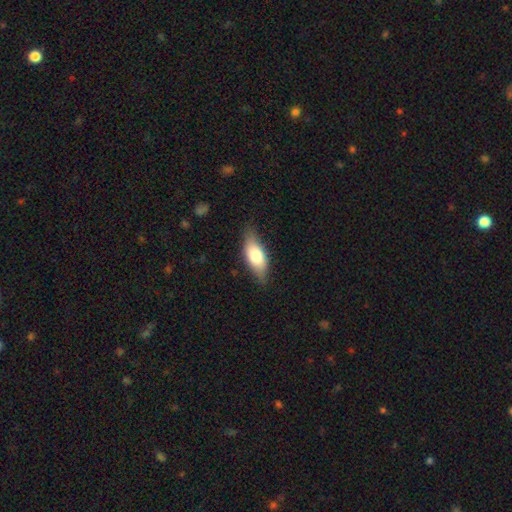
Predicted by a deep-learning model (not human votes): Overall: smooth (72%). How rounded: in between (80%). Merging: none (76%).